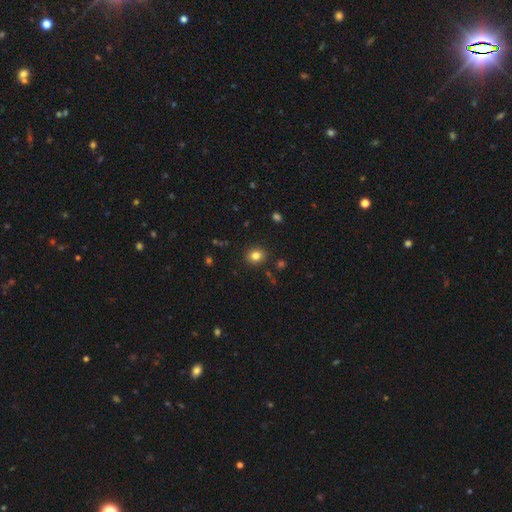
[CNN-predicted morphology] A smooth galaxy with no disk features (81%) that is round (73%). Merging: none (89%).